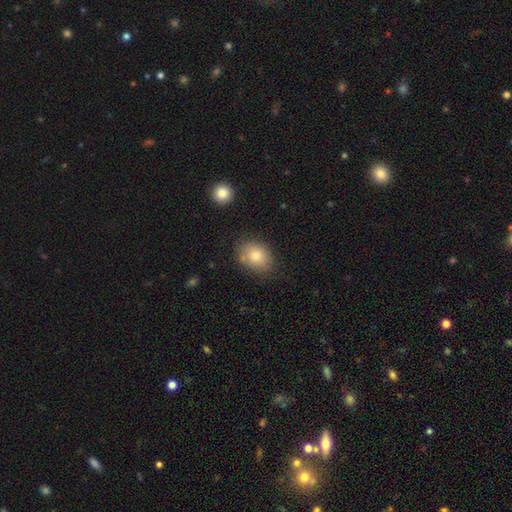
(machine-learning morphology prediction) This appears to be a smooth galaxy with no disk features (79%) that is in between round and cigar-shaped (66%). Merging: none (76%).